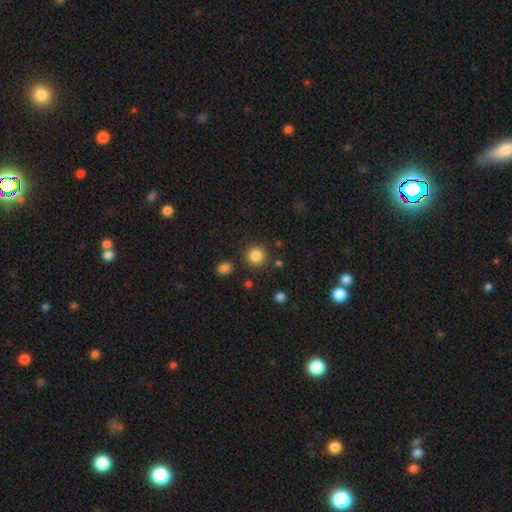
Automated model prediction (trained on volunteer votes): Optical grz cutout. It shows a smooth galaxy with no disk features (85%) that is round (92%). Merging: none (86%).